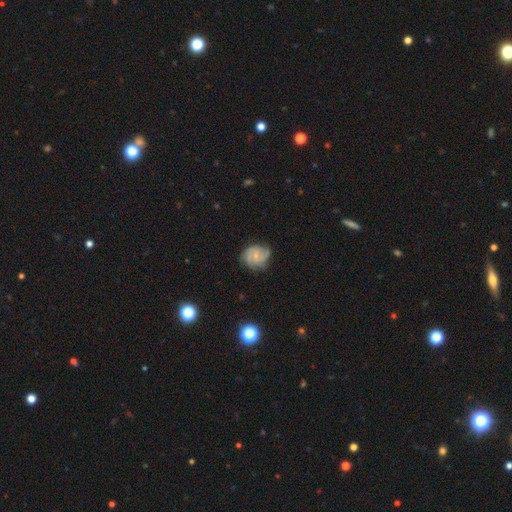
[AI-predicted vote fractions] smooth_or_featured: featured or disk (p=0.74) [alt: smooth p=0.19]
disk_edge_on: no (p=0.98) [alt: yes p=0.02]
bar: no (p=0.70) [alt: weak p=0.26]
has_spiral_arms: yes (p=0.94) [alt: no p=0.06]
spiral_winding: tight (p=0.45) [alt: medium p=0.42]
spiral_arm_count: 2 (p=0.36) [alt: 3 p=0.33]
bulge_size: small (p=0.70) [alt: moderate p=0.23]
merging: none (p=0.69) [alt: minor disturbance p=0.23]